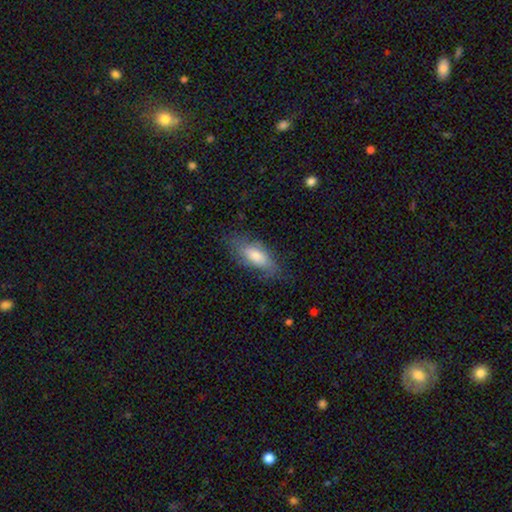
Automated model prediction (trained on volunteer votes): The model was most divided on "smooth or featured": smooth: 71%, featured or disk: 23%, star or artifact: 6%. More confident: how rounded — in between (73%); merging — none (71%).